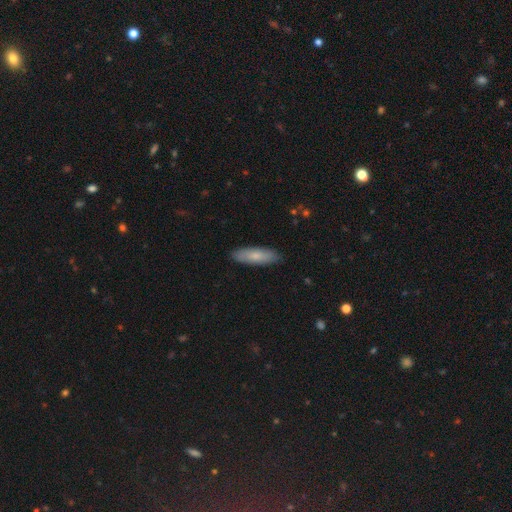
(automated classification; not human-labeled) Overall: smooth (78%). How rounded: cigar-shaped (52%; in between 46%). Merging: none (88%).